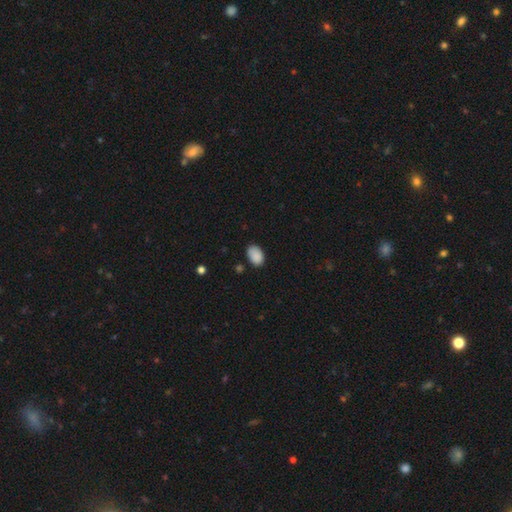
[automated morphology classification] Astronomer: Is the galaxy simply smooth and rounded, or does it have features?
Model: smooth — 89%.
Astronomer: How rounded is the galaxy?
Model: in between — 87%.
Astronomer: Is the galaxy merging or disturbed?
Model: none — 77%.